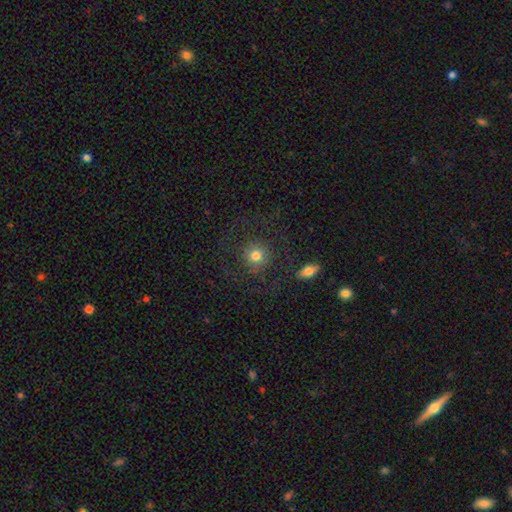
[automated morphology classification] The model was most divided on "smooth or featured": smooth: 65%, featured or disk: 23%, star or artifact: 13%. More confident: how rounded — round (90%); merging — none (72%).